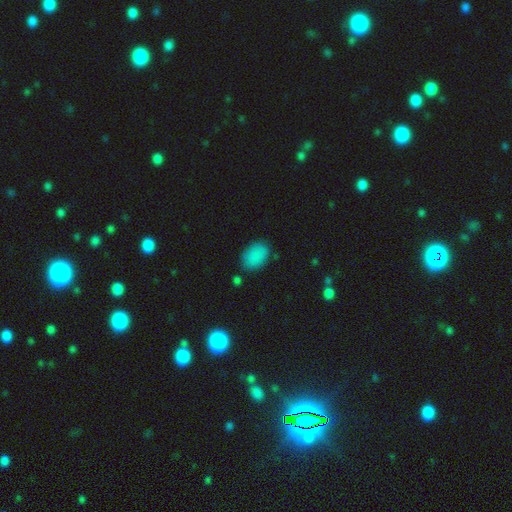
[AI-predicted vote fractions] smooth 86%, star or artifact 9%, featured or disk 5%. Down the decision tree: how rounded — in between (85%); merging — none (78%).